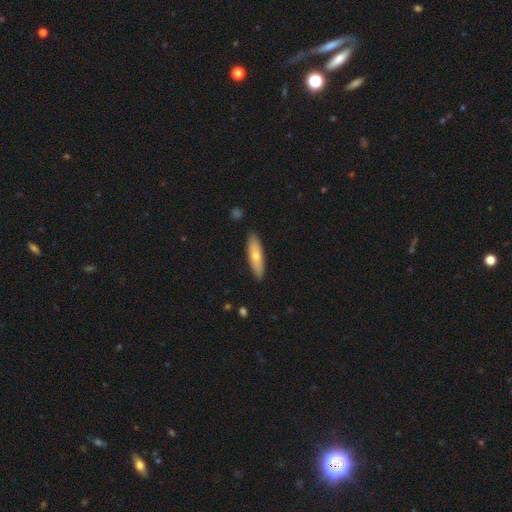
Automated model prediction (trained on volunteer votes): A smooth galaxy with no disk features (63%) that is cigar-shaped (59%). Merging: none (87%).